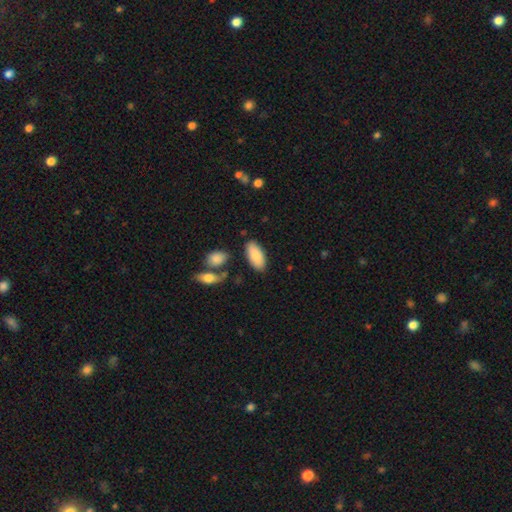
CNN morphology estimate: smooth-or-featured: smooth: 85% | featured or disk: 8% | star or artifact: 6%
  how-rounded: in between: 89% | cigar-shaped: 9% | round: 2%
  merging: none: 81% | minor disturbance: 12% | merger: 4% | major disturbance: 3%